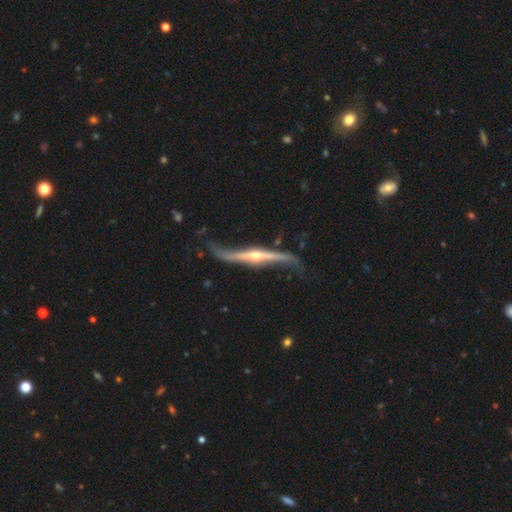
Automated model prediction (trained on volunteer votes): This is clearly a featured or disk galaxy (89%). It is likely viewed edge-on (68%). Edge-on bulge: clearly rounded (90%). Merging: possibly none (58%).